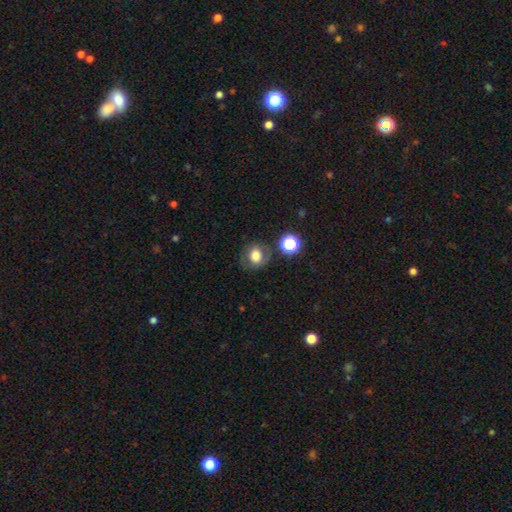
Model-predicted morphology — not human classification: smooth-or-featured: smooth: 72% | featured or disk: 16% | star or artifact: 12%
  how-rounded: round: 75% | in between: 24% | cigar-shaped: 1%
  merging: none: 71% | minor disturbance: 16% | major disturbance: 7% | merger: 6%